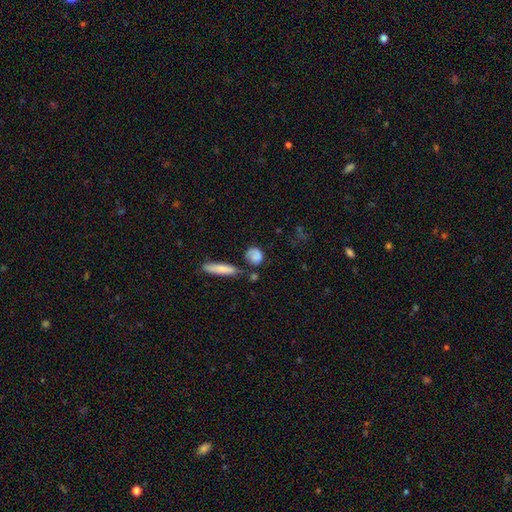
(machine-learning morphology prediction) Overall: smooth (77%). How rounded: round (59%; in between 32%). Merging: none (60%).